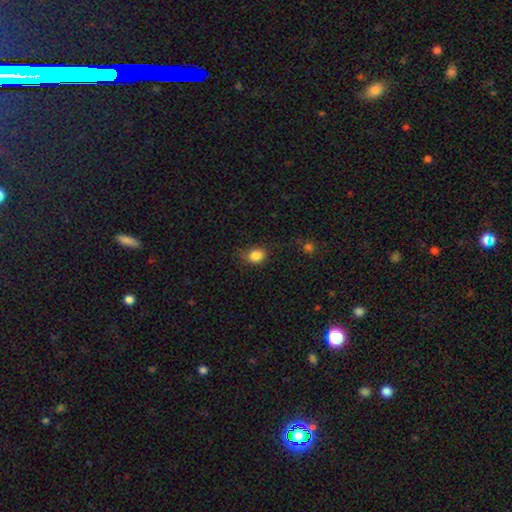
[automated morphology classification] This appears to be a smooth galaxy with no disk features (85%) that is round (51%). Merging: none (69%).